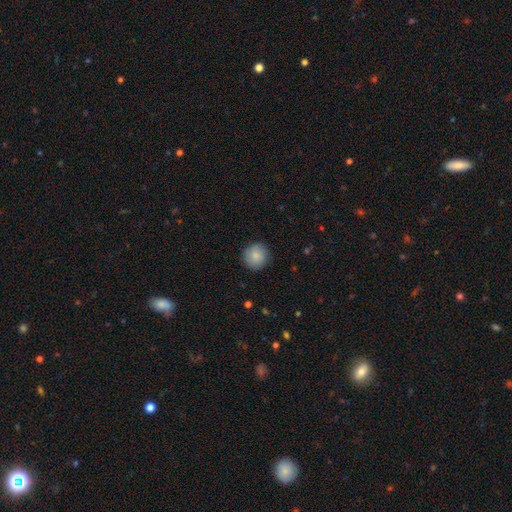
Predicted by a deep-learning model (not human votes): This is clearly a smooth galaxy (86%). How rounded: clearly round (93%). Merging: clearly none (89%).